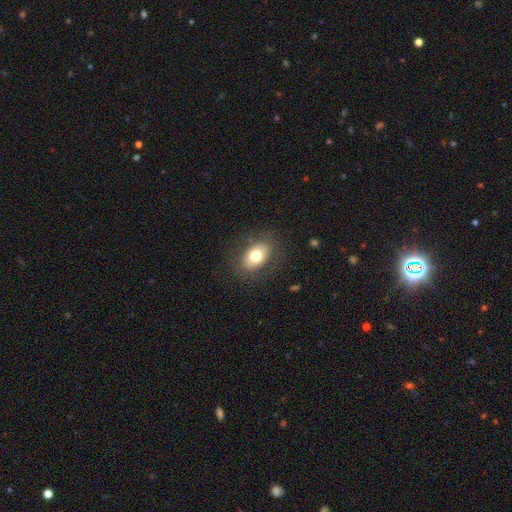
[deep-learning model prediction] Smooth or featured?
  - smooth: 73% *
  - featured or disk: 19%
  - star or artifact: 8%
How rounded?
  - in between: 79% *
  - round: 20%
  - cigar-shaped: 1%
Merging?
  - none: 83% *
  - minor disturbance: 11%
  - major disturbance: 5%
  - merger: 1%